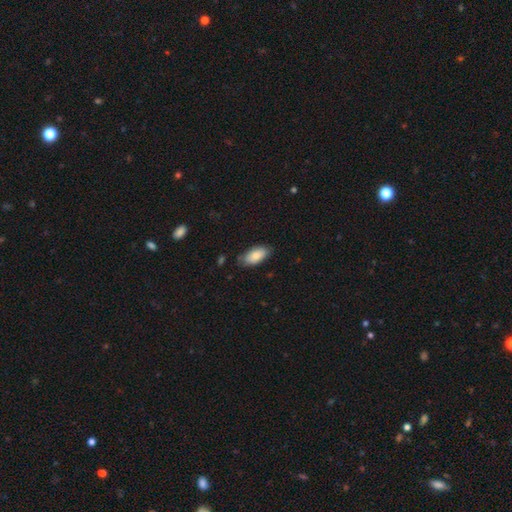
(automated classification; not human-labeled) Smooth or featured: smooth — 81% (featured or disk — 12%)
How rounded: in between — 93% (cigar-shaped — 5%)
Merging: none — 76% (minor disturbance — 19%)